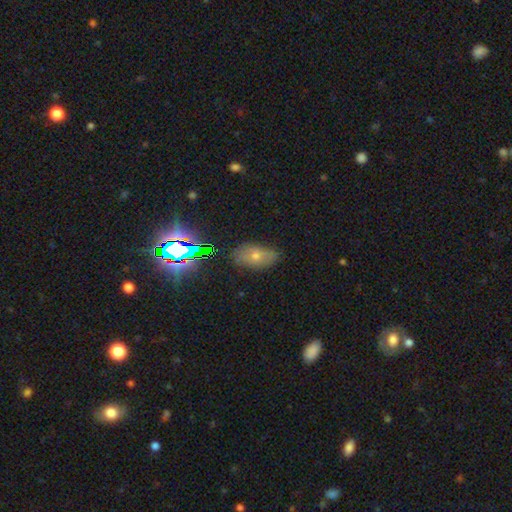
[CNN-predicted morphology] Overall: smooth (50%; star or artifact 28%). How rounded: in between (89%). Merging: none (80%).